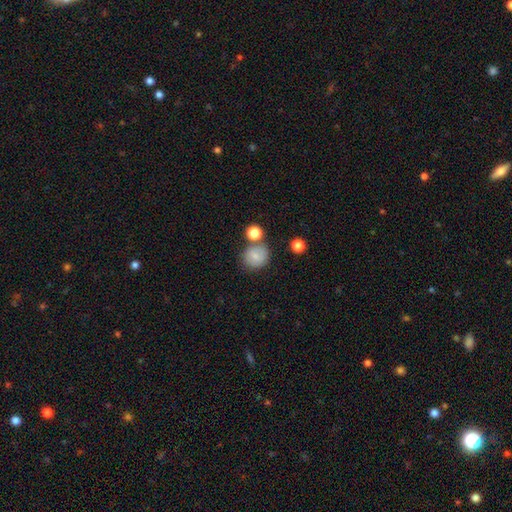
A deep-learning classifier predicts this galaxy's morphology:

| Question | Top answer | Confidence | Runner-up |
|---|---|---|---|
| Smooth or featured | smooth | 78% | featured or disk (12%) |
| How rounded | round | 83% | in between (16%) |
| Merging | none | 66% | merger (16%) |